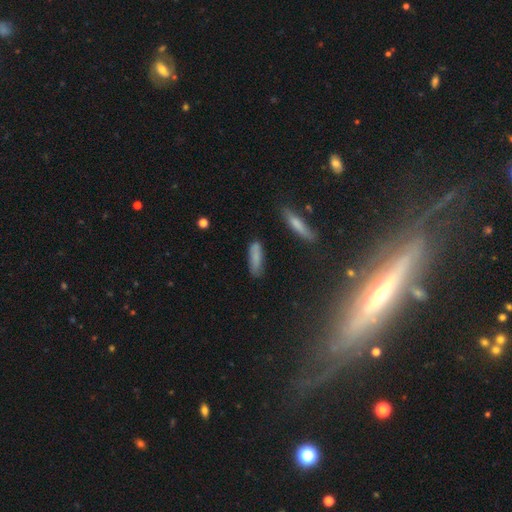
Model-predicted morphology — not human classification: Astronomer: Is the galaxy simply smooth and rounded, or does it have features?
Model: smooth — 77%.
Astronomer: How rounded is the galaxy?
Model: cigar-shaped — 62%.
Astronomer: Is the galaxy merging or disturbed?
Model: none — 76%.